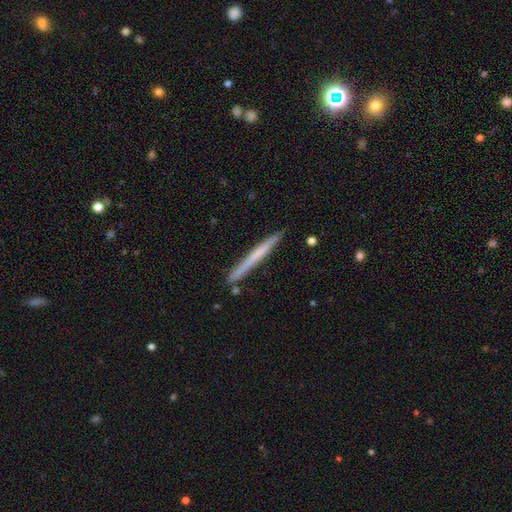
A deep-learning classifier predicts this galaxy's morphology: Smooth or featured? smooth (51%)
How rounded? cigar-shaped (97%)
Merging? none (88%)